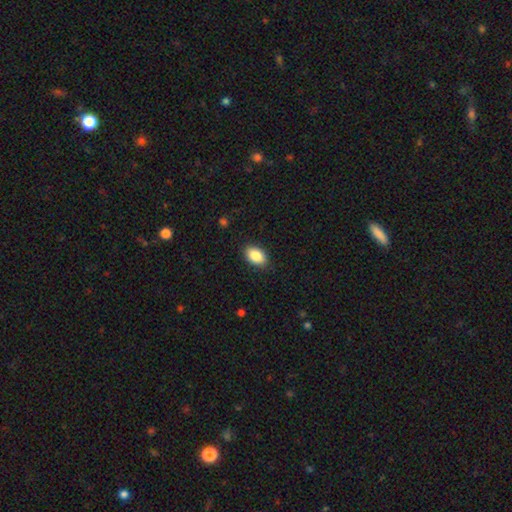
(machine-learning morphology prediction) The model was most divided on "smooth or featured": smooth: 87%, star or artifact: 7%, featured or disk: 6%. More confident: how rounded — in between (90%); merging — none (88%).